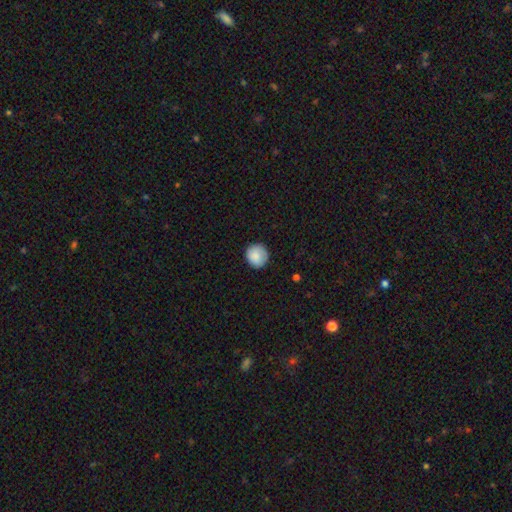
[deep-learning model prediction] This is clearly a smooth galaxy (87%). How rounded: clearly round (92%). Merging: clearly none (86%).